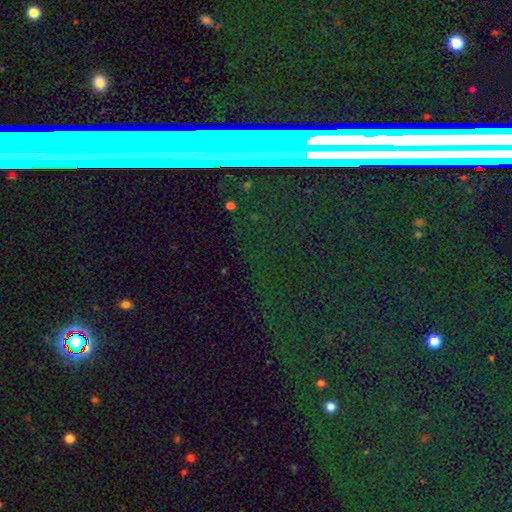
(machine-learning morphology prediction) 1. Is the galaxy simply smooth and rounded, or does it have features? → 67% star or artifact, 18% featured or disk, 15% smooth.